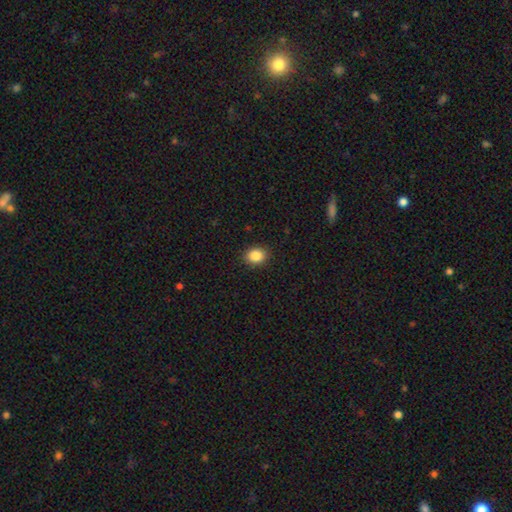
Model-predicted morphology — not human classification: Smooth or featured: smooth — 86% (star or artifact — 9%)
How rounded: round — 54% (in between — 45%)
Merging: none — 90% (minor disturbance — 7%)